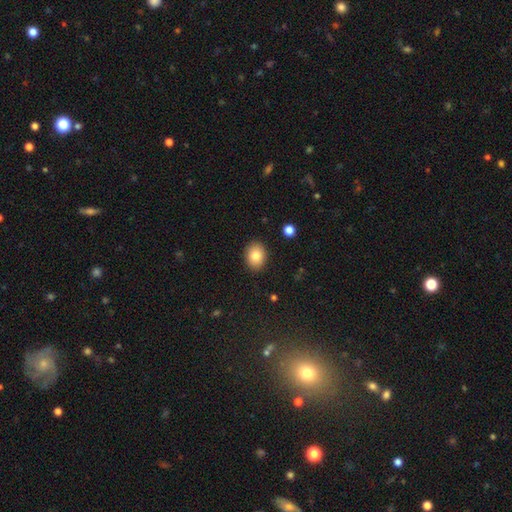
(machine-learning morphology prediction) Overall: smooth (82%). How rounded: in between (57%; round 42%). Merging: none (89%).